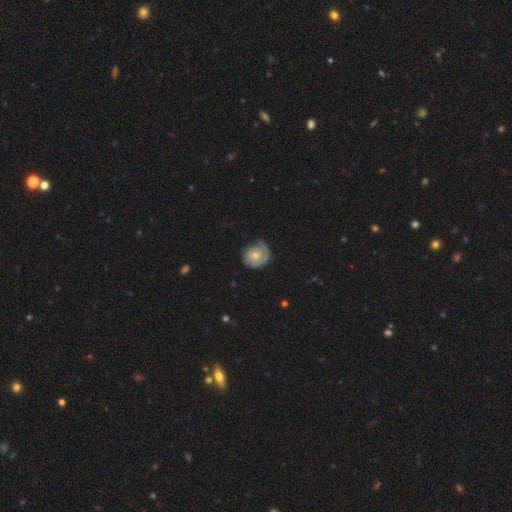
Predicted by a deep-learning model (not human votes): Smooth or featured? Predicted: featured or disk (p=0.64). Edge-on disk? Predicted: no (p=0.97). Bar? Predicted: no (p=0.82). Spiral arms? Predicted: yes (p=0.86). Spiral winding? Predicted: tight (p=0.71). Spiral arm count? Predicted: 1 (p=0.56). Bulge size? Predicted: moderate (p=0.54). Merging? Predicted: none (p=0.70).